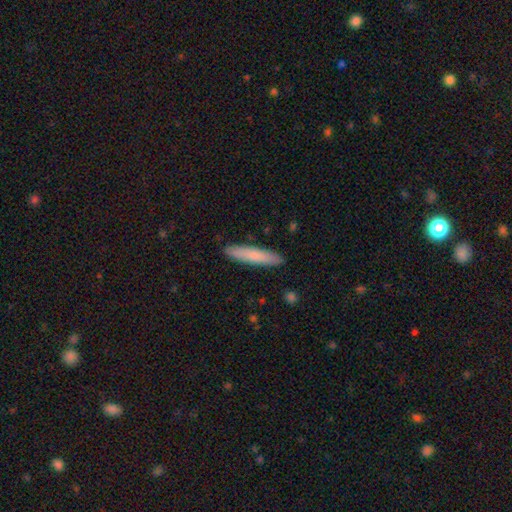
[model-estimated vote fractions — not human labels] smooth 79%, featured or disk 16%, star or artifact 5%. Down the decision tree: how rounded — cigar-shaped (87%); merging — none (90%).